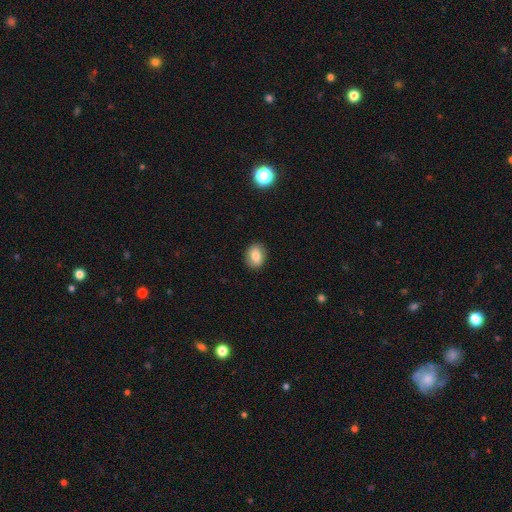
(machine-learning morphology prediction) Smooth or featured?
  - smooth: 79% *
  - featured or disk: 12%
  - star or artifact: 9%
How rounded?
  - in between: 63% *
  - round: 35%
  - cigar-shaped: 1%
Merging?
  - none: 89% *
  - minor disturbance: 8%
  - major disturbance: 2%
  - merger: 1%